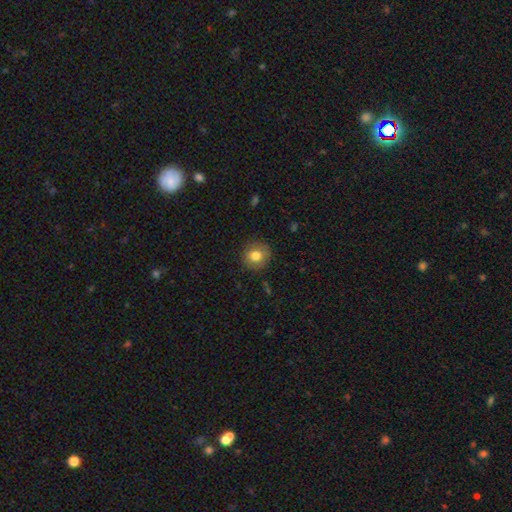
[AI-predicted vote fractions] Q: Smooth or featured?
A: smooth (79%); runner-up: featured or disk (12%)
Q: How rounded?
A: round (89%); runner-up: in between (10%)
Q: Merging?
A: none (87%); runner-up: minor disturbance (10%)